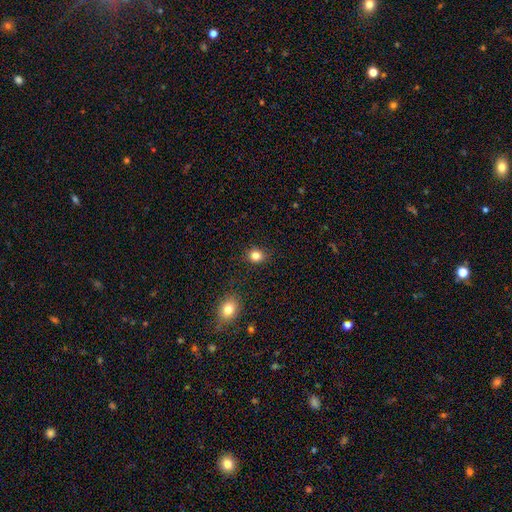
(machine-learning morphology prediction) Smooth or featured? smooth (83%)
How rounded? round (69%)
Merging? none (87%)